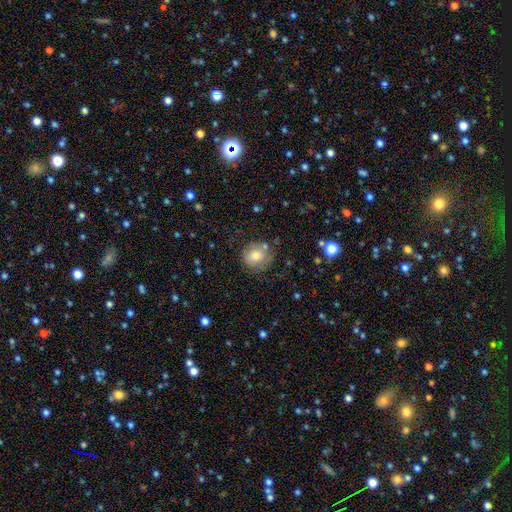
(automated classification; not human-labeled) smooth-or-featured: smooth: 72% | featured or disk: 18% | star or artifact: 9%
  how-rounded: round: 83% | in between: 16% | cigar-shaped: 1%
  merging: none: 70% | minor disturbance: 18% | major disturbance: 7% | merger: 5%